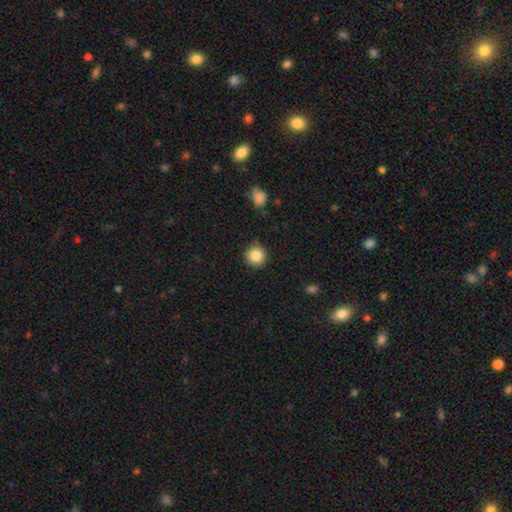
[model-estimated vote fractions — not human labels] Morphology: type=smooth (85%); roundness=round (94%); merging=none (89%).